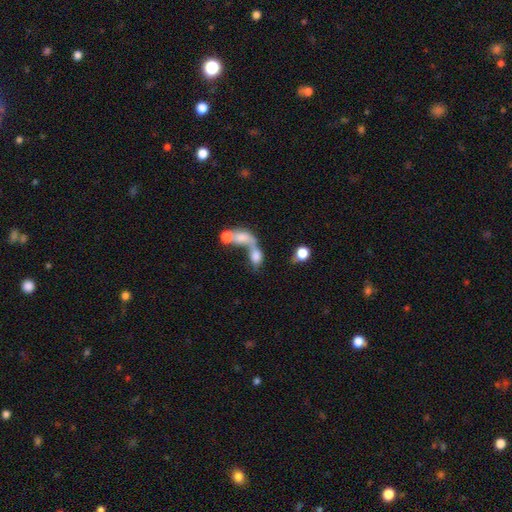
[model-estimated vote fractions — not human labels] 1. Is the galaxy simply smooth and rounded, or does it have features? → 63% smooth, 25% featured or disk, 12% star or artifact.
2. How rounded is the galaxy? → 72% in between, 22% round, 6% cigar-shaped.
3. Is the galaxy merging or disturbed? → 70% merger, 14% major disturbance, 11% none, 5% minor disturbance.